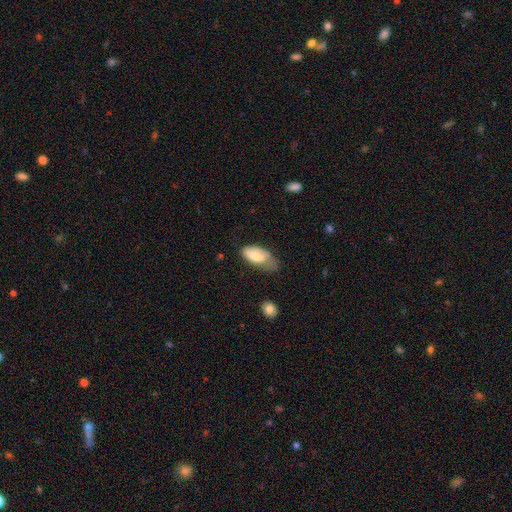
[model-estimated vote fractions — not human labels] Q: Smooth or featured?
A: smooth (73%); runner-up: featured or disk (20%)
Q: How rounded?
A: in between (91%); runner-up: cigar-shaped (7%)
Q: Merging?
A: minor disturbance (42%); runner-up: none (32%)